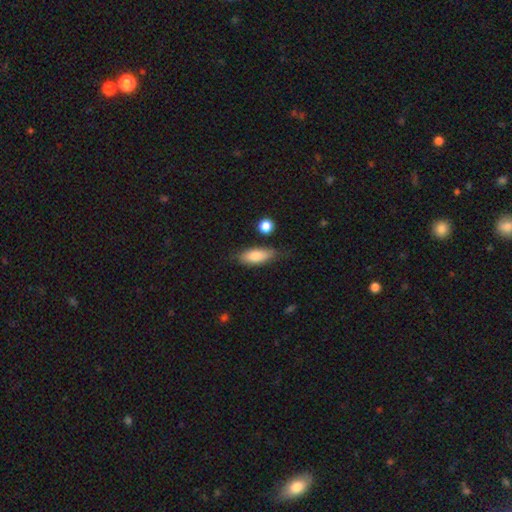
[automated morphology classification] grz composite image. It shows a smooth galaxy with no disk features (81%) that is in between round and cigar-shaped (78%). Merging: none (70%).